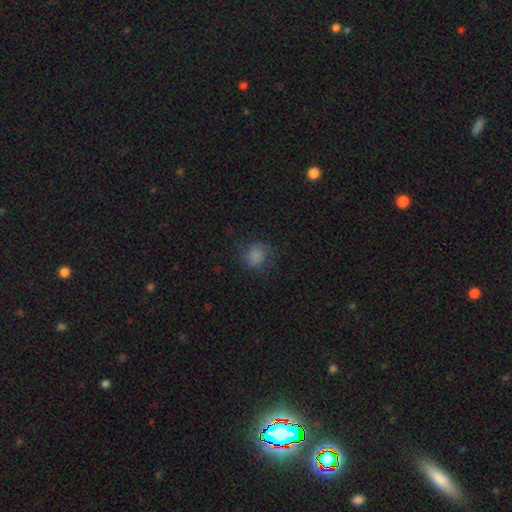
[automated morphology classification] Smooth or featured? Predicted: smooth (p=0.81). How rounded? Predicted: round (p=0.79). Merging? Predicted: none (p=0.72).